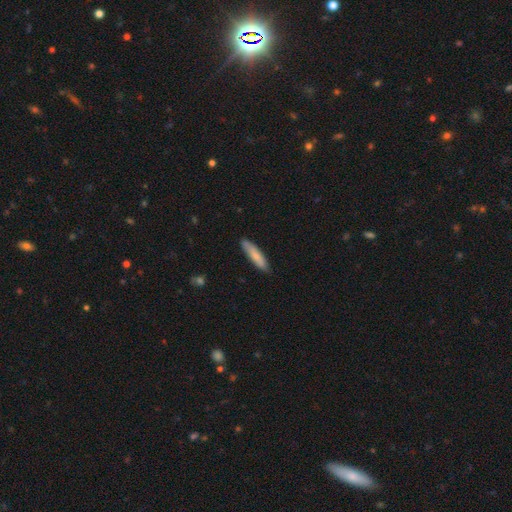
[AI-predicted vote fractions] This appears to be a smooth galaxy with no disk features (78%) that is cigar-shaped (79%). Merging: none (85%).